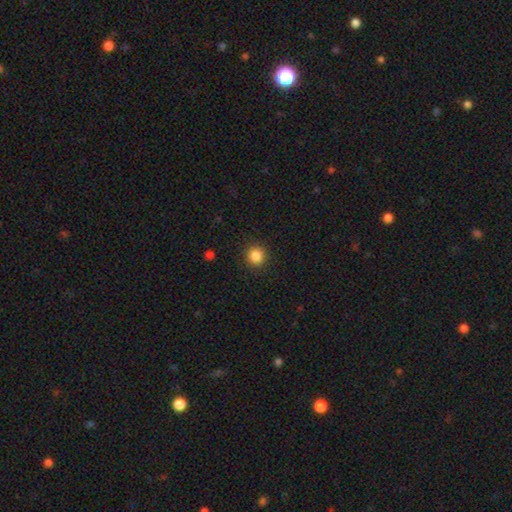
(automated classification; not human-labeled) A smooth galaxy with no disk features (86%) that is round (93%). Merging: none (91%).